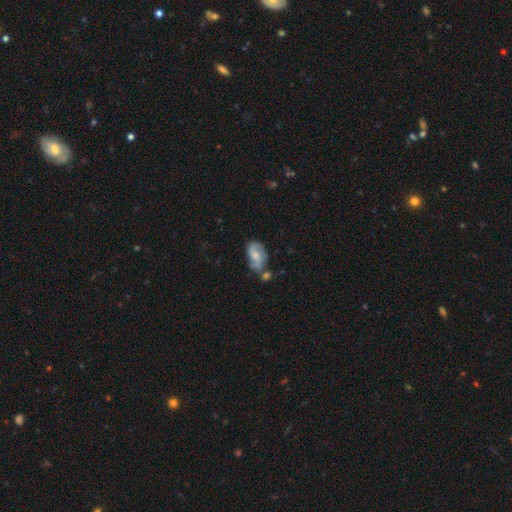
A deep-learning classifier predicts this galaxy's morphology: This is possibly a featured or disk galaxy (56%). It is clearly not viewed edge-on (96%). Bar: possibly no (57%). Spiral arm pattern: clearly yes (86%). Central bulge: possibly moderate (51%). Merging: possibly none (50%).